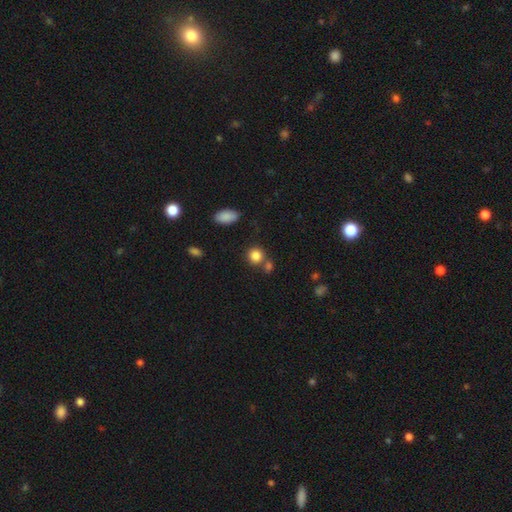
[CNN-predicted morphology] Overall: smooth (84%). How rounded: round (85%). Merging: none (67%).